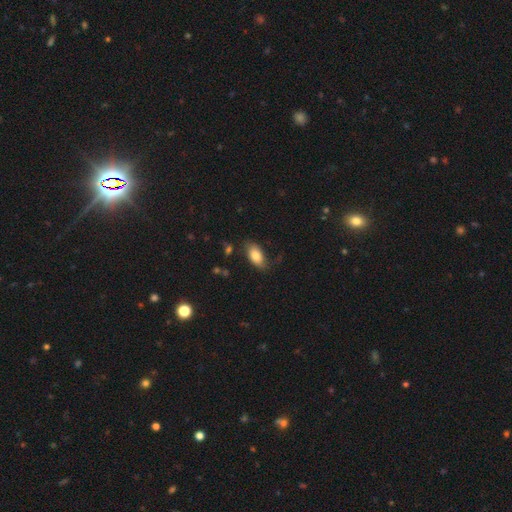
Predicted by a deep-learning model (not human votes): The model was most divided on "merging": none: 66%, minor disturbance: 23%, major disturbance: 8%, merger: 2%. More confident: how rounded — in between (93%); smooth or featured — smooth (80%).